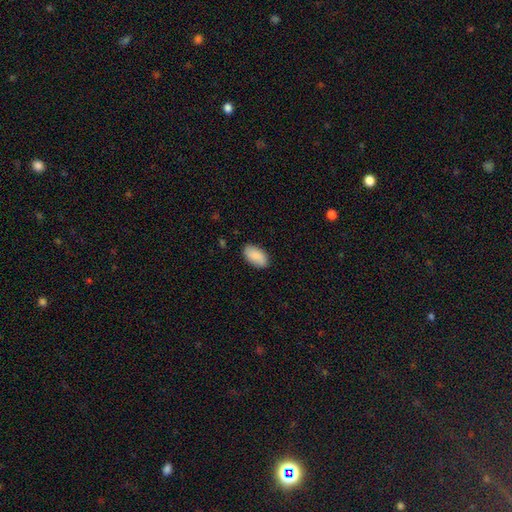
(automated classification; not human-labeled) smooth_or_featured: smooth (p=0.87) [alt: featured or disk p=0.07]
how_rounded: in between (p=0.95) [alt: round p=0.03]
merging: none (p=0.86) [alt: minor disturbance p=0.11]